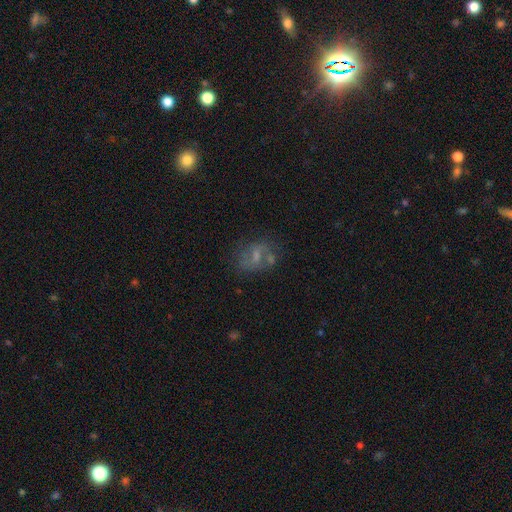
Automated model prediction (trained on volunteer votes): This is possibly a featured or disk galaxy (50%). Merging: possibly none (50%).